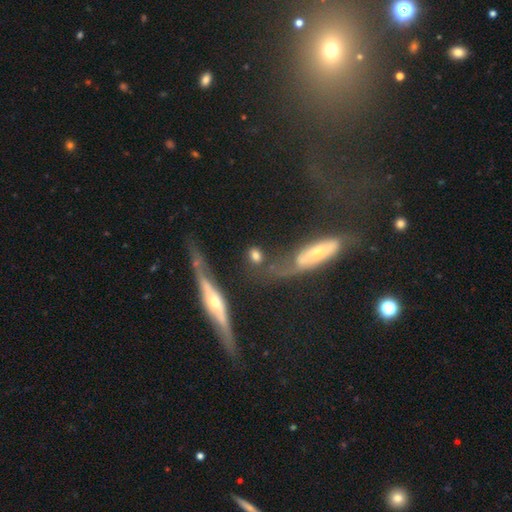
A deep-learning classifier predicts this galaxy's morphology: Smooth or featured: smooth — 69% (featured or disk — 21%)
How rounded: in between — 46% (round — 45%)
Merging: none — 54% (merger — 21%)